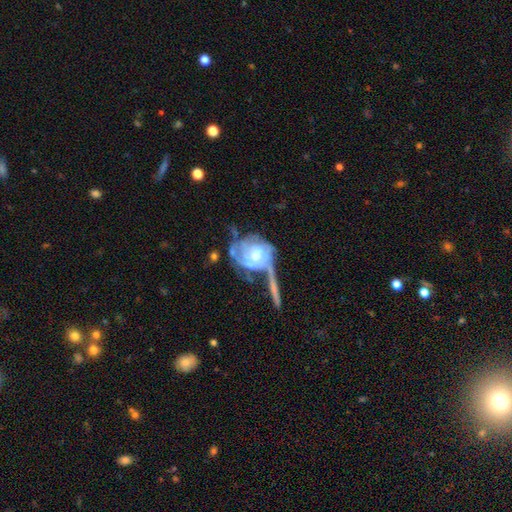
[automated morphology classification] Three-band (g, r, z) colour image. It shows a featured or disk galaxy (77%) with no bar (74%), tight (51%) spiral arms (78%) and a moderate central bulge (65%). Merging: major disturbance (29%).